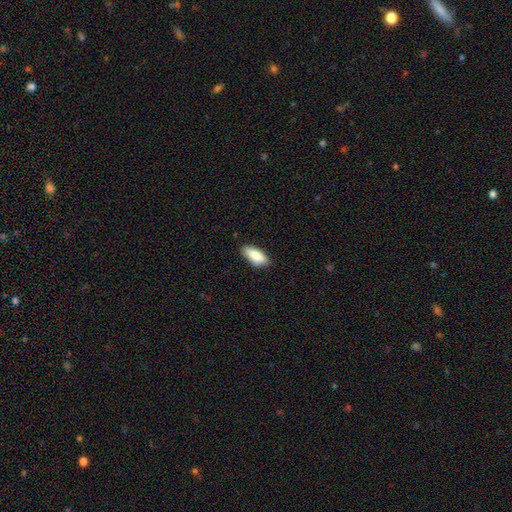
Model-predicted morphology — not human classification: smooth-or-featured: smooth: 86% | featured or disk: 8% | star or artifact: 6%
  how-rounded: in between: 80% | cigar-shaped: 17% | round: 2%
  merging: none: 82% | minor disturbance: 15% | major disturbance: 2% | merger: 1%